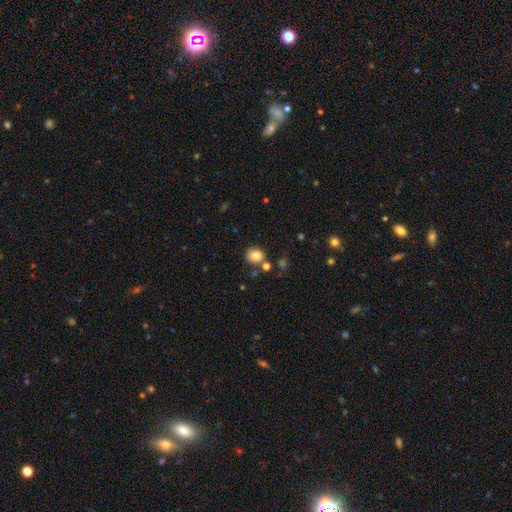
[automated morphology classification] Smooth or featured: smooth — 83% (star or artifact — 11%)
How rounded: round — 75% (in between — 24%)
Merging: none — 74% (minor disturbance — 12%)